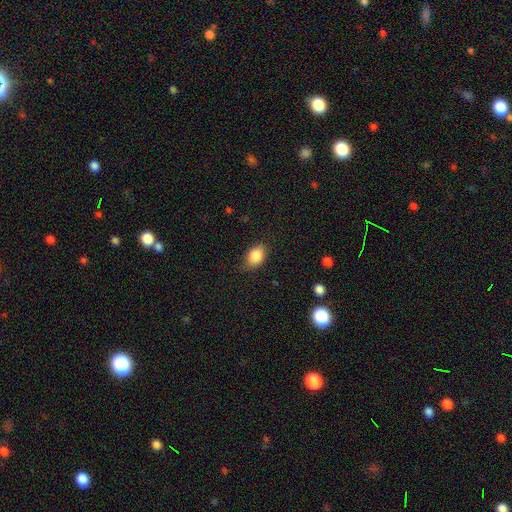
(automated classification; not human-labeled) smooth_or_featured: smooth (p=0.85) [alt: star or artifact p=0.08]
how_rounded: in between (p=0.78) [alt: round p=0.21]
merging: none (p=0.76) [alt: minor disturbance p=0.19]